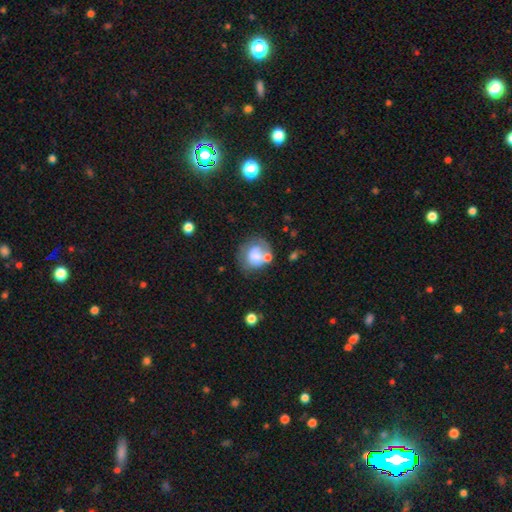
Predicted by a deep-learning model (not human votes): This appears to be a smooth galaxy with no disk features (66%) that is round (71%). Merging: none (46%).